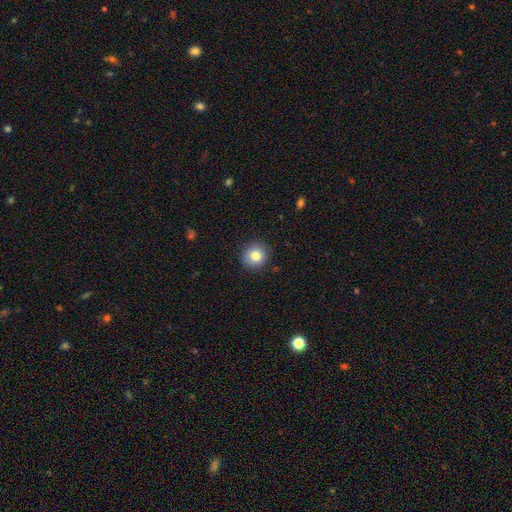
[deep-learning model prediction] The model was most divided on "smooth or featured": smooth: 82%, star or artifact: 10%, featured or disk: 8%. More confident: how rounded — round (91%); merging — none (91%).